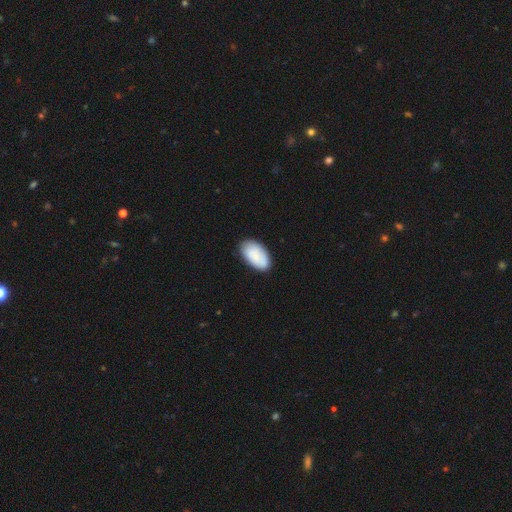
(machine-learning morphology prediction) The model was most divided on "merging": none: 81%, minor disturbance: 15%, major disturbance: 3%, merger: 2%. More confident: how rounded — in between (95%); smooth or featured — smooth (84%).